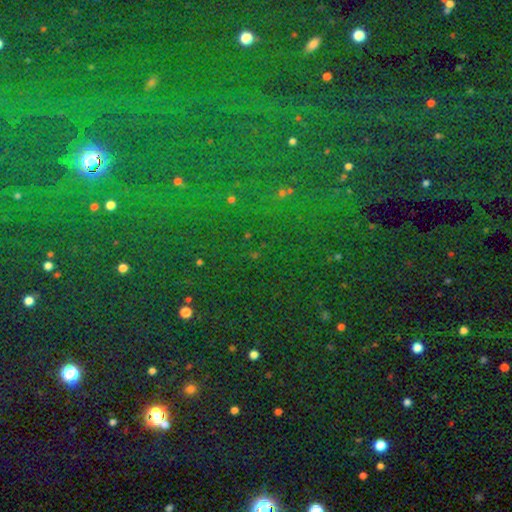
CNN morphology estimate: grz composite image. It shows a star or artifact, not a galaxy (81%).